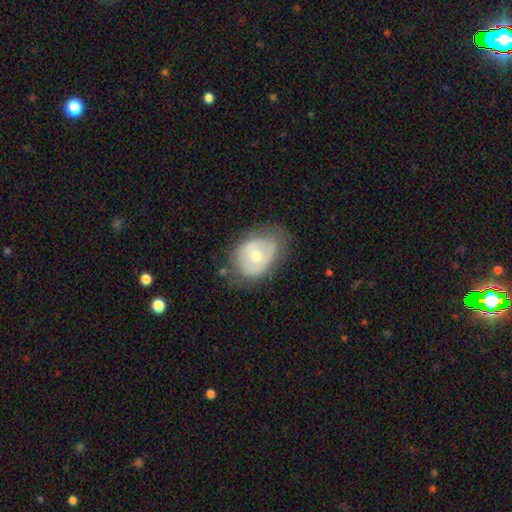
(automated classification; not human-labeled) A featured or disk galaxy (53%). Merging: none (61%).